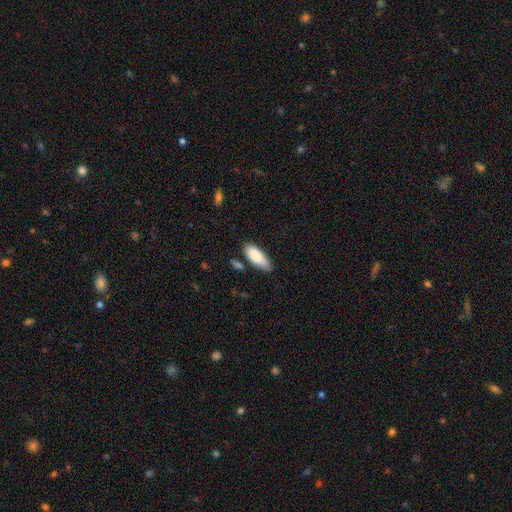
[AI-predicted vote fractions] Smooth or featured? Predicted: smooth (p=0.87). How rounded? Predicted: in between (p=0.76). Merging? Predicted: none (p=0.71).